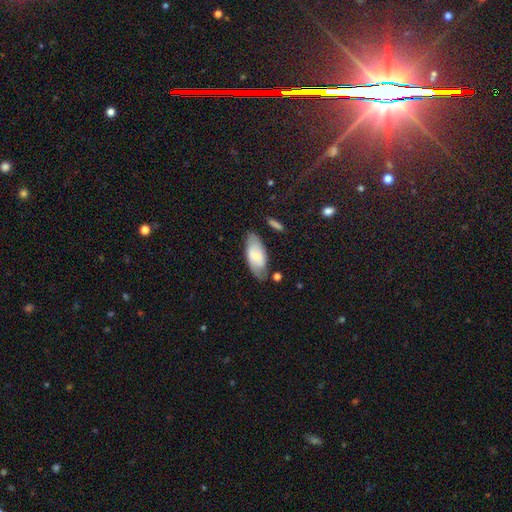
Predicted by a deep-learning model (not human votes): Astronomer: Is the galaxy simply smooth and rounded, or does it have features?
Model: smooth — 58% (runner-up: featured or disk, 36%).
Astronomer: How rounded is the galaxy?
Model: in between — 88%.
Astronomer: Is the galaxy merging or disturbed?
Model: none — 70%.